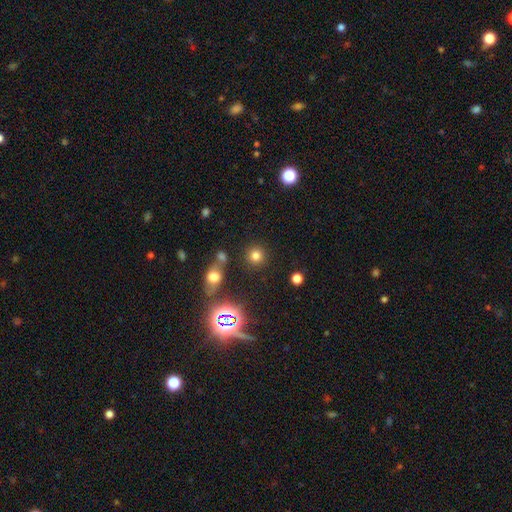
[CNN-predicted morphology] smooth 75%, star or artifact 19%, featured or disk 7%. Down the decision tree: how rounded — round (92%); merging — none (85%).